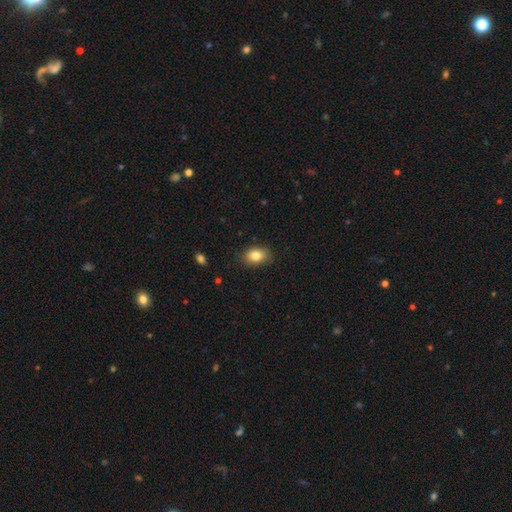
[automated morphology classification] type=smooth (83%); roundness=in between (75%); merging=none (84%).